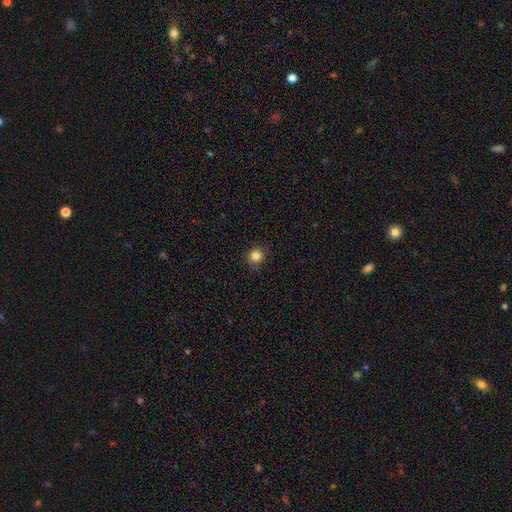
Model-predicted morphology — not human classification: This is clearly a smooth galaxy (84%). How rounded: clearly round (88%). Merging: clearly none (87%).